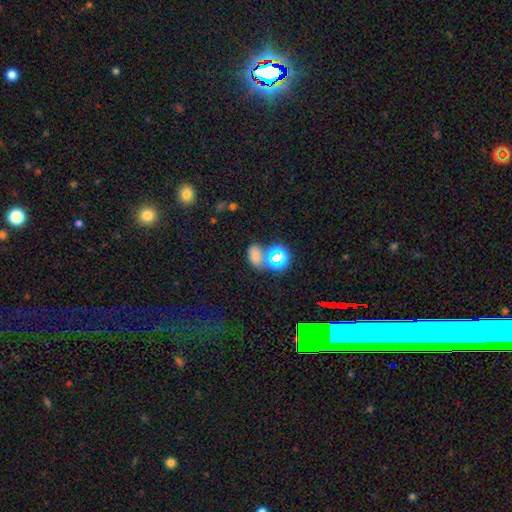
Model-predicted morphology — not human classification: Overall: smooth (58%; star or artifact 32%). How rounded: in between (75%). Merging: none (48%; merger 28%).